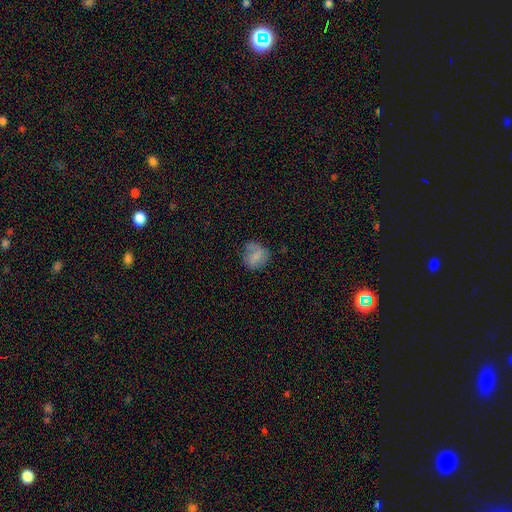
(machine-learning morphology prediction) Smooth or featured?
  - smooth: 68% *
  - featured or disk: 23%
  - star or artifact: 9%
How rounded?
  - round: 71% *
  - in between: 28%
  - cigar-shaped: 1%
Merging?
  - none: 53% *
  - minor disturbance: 30%
  - major disturbance: 15%
  - merger: 3%